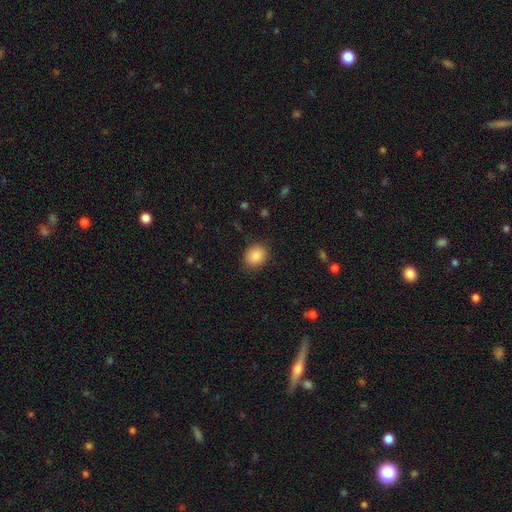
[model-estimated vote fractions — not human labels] Smooth or featured: smooth — 87% (star or artifact — 9%)
How rounded: round — 55% (in between — 44%)
Merging: none — 85% (minor disturbance — 10%)